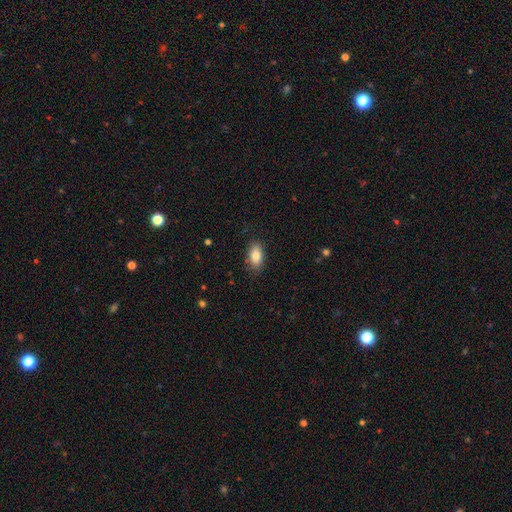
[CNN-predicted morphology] The model was most divided on "merging": none: 84%, minor disturbance: 12%, major disturbance: 3%, merger: 1%. More confident: how rounded — in between (90%); smooth or featured — smooth (84%).